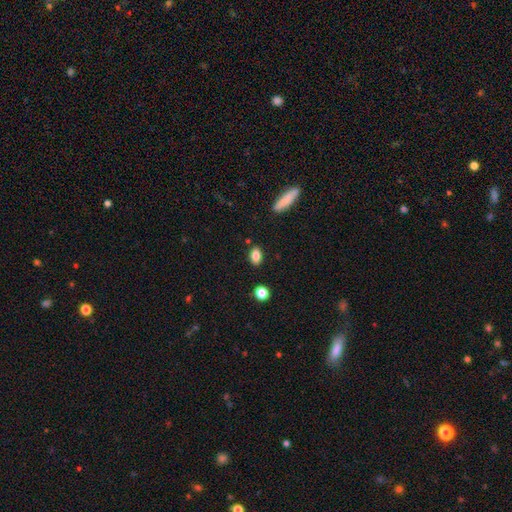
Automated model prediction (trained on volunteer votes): This is clearly a smooth galaxy (84%). How rounded: clearly in between (84%). Merging: clearly none (85%).